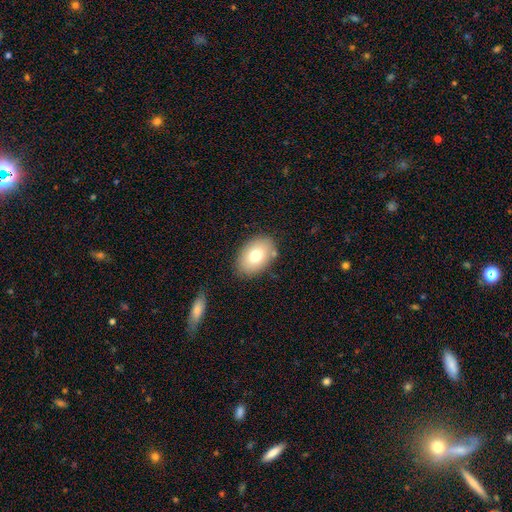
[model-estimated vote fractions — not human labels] A smooth galaxy with no disk features (75%) that is in between round and cigar-shaped (86%).

Vote fractions:
- Smooth or featured? smooth: 75% / featured or disk: 17% / star or artifact: 8%
- How rounded? in between: 86% / round: 13% / cigar-shaped: 1%
- Merging? none: 82% / minor disturbance: 12% / merger: 3% / major disturbance: 3%